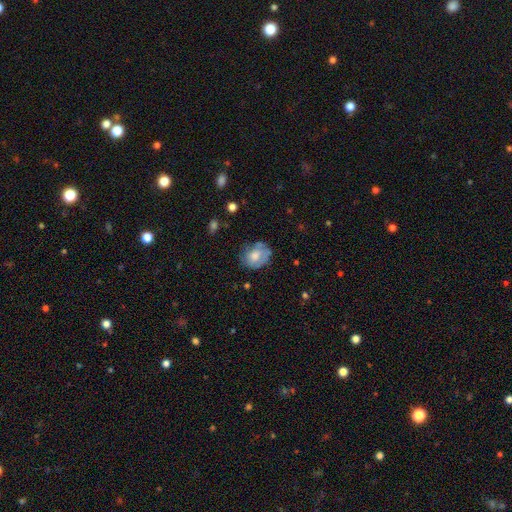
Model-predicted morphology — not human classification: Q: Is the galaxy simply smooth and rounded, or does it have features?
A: smooth — 56%.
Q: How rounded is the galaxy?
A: round — 55%.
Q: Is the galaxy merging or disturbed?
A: none — 58%.